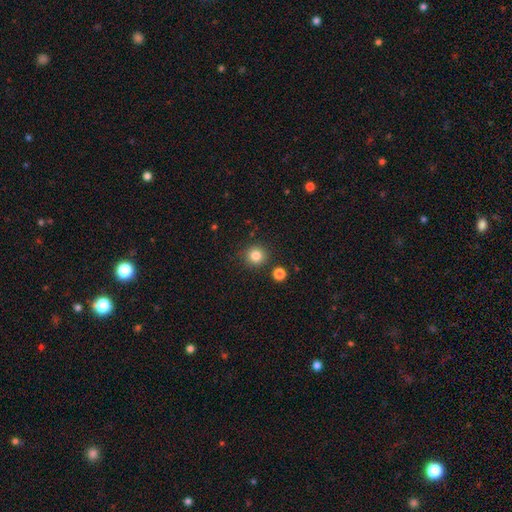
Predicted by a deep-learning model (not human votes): This is clearly a smooth galaxy (83%). How rounded: clearly round (93%). Merging: clearly none (87%).